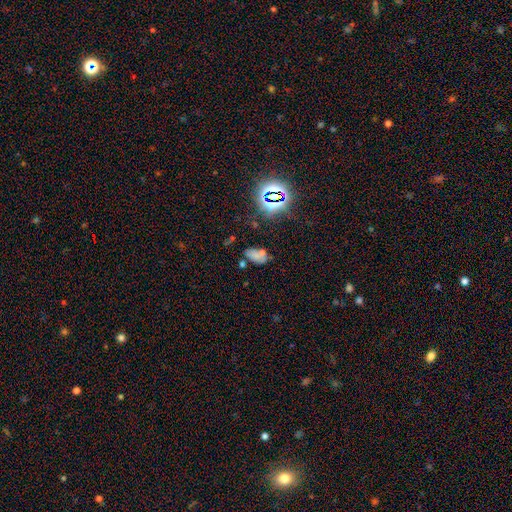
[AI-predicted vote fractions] smooth 57%, star or artifact 27%, featured or disk 16%. Down the decision tree: how rounded — in between (89%); merging — none (55%).